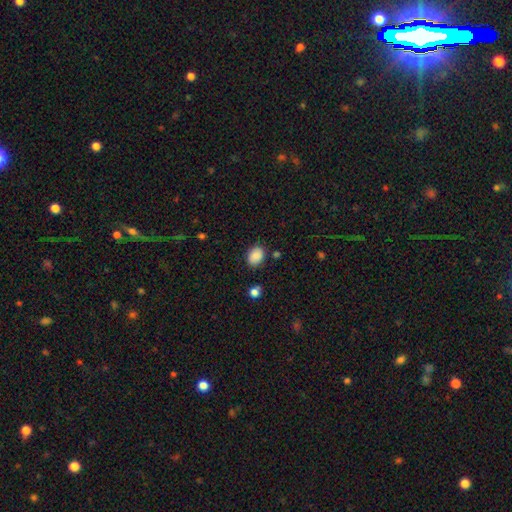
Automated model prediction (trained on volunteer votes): Smooth or featured: smooth — 88% (star or artifact — 8%)
How rounded: in between — 69% (round — 30%)
Merging: none — 81% (minor disturbance — 13%)